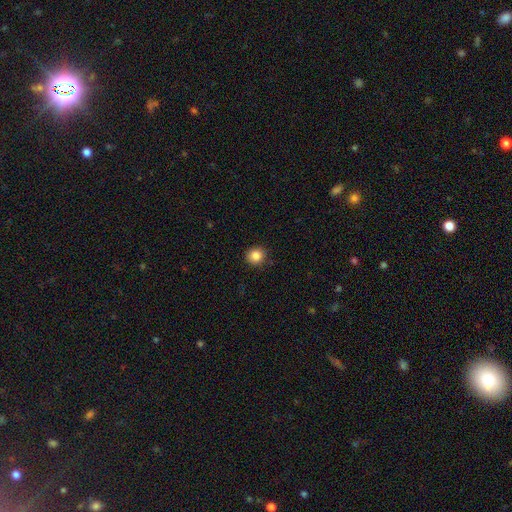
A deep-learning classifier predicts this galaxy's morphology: smooth-or-featured: smooth: 86% | star or artifact: 10% | featured or disk: 4%
  how-rounded: round: 91% | in between: 9% | cigar-shaped: 1%
  merging: none: 89% | minor disturbance: 7% | major disturbance: 2% | merger: 1%